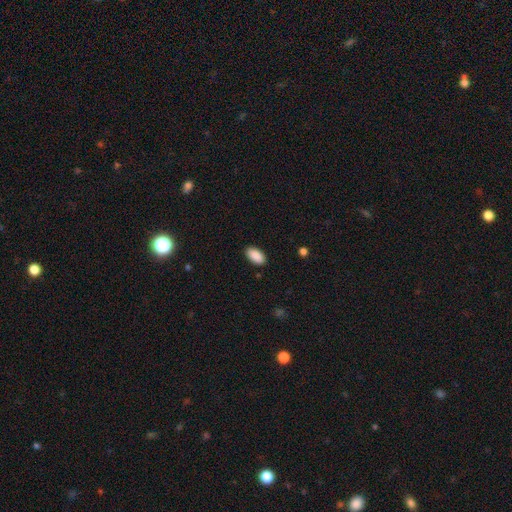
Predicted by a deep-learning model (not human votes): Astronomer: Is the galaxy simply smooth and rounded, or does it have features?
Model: smooth — 90%.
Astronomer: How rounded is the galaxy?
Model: in between — 95%.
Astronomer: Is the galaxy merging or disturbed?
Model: none — 89%.